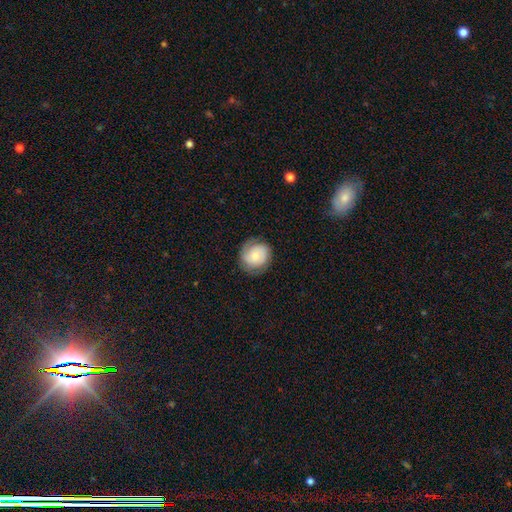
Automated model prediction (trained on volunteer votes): smooth_or_featured: smooth (p=0.49) [alt: featured or disk p=0.43]
merging: none (p=0.75) [alt: minor disturbance p=0.18]